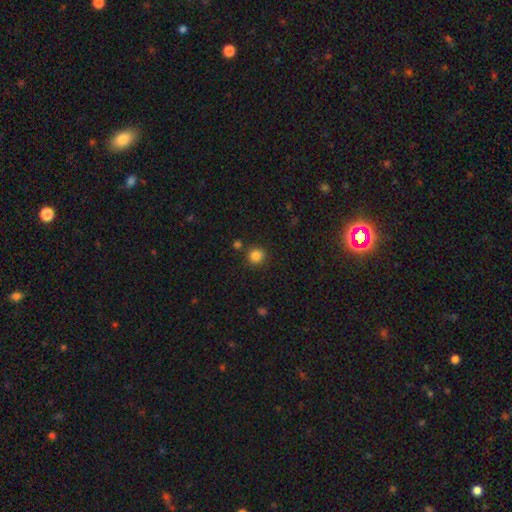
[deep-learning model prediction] A smooth galaxy with no disk features (84%) that is round (90%).

Vote fractions:
- Smooth or featured? smooth: 84% / star or artifact: 12% / featured or disk: 4%
- How rounded? round: 90% / in between: 9% / cigar-shaped: 1%
- Merging? none: 83% / minor disturbance: 8% / merger: 6% / major disturbance: 3%